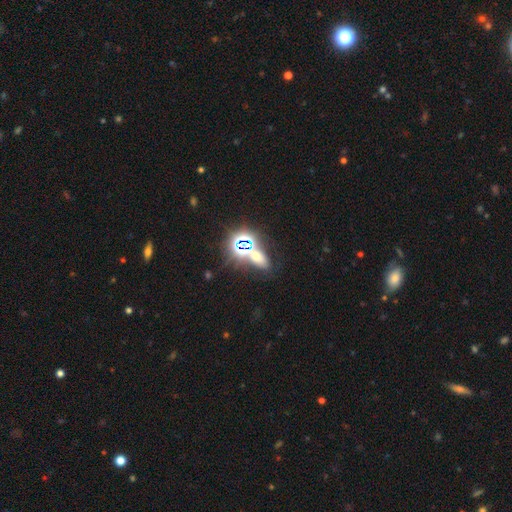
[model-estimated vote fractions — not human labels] Smooth or featured?
  - star or artifact: 46% *
  - smooth: 41%
  - featured or disk: 13%